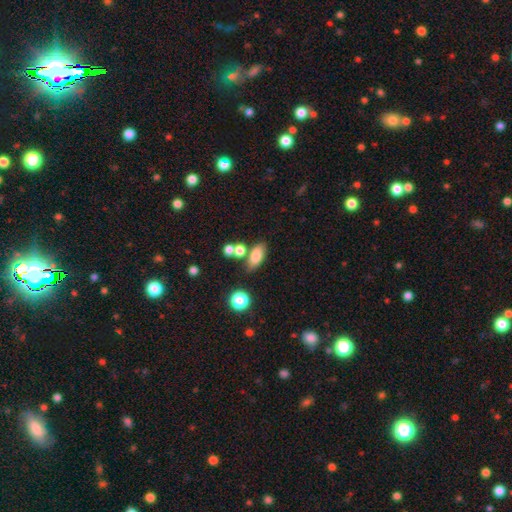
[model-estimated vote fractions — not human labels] A smooth galaxy with no disk features (78%) that is in between round and cigar-shaped (79%). Merging: none (65%).